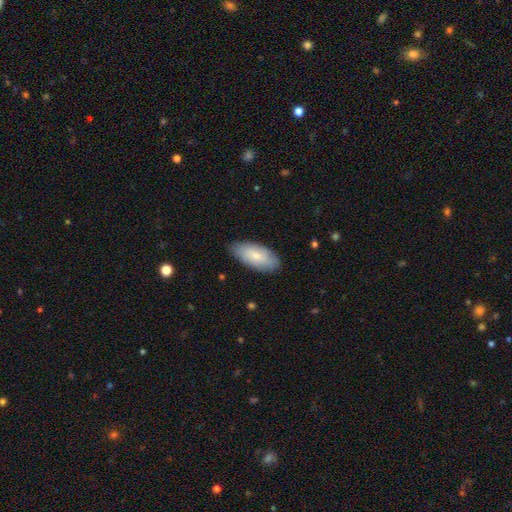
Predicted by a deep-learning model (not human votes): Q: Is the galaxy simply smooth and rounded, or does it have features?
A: smooth — 75%.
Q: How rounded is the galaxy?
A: in between — 88%.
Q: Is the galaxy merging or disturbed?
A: none — 83%.